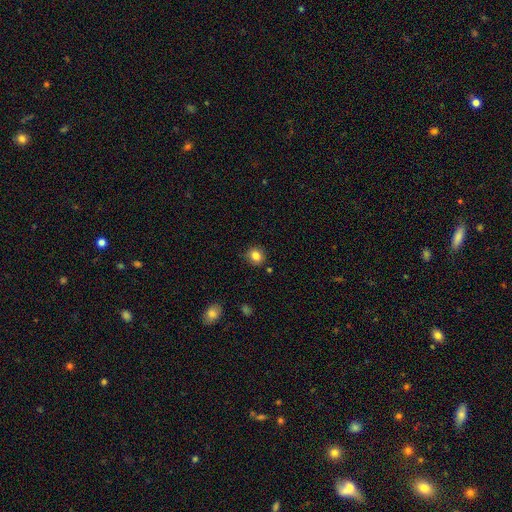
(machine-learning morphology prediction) smooth 83%, star or artifact 10%, featured or disk 6%. Down the decision tree: how rounded — round (79%); merging — none (86%).